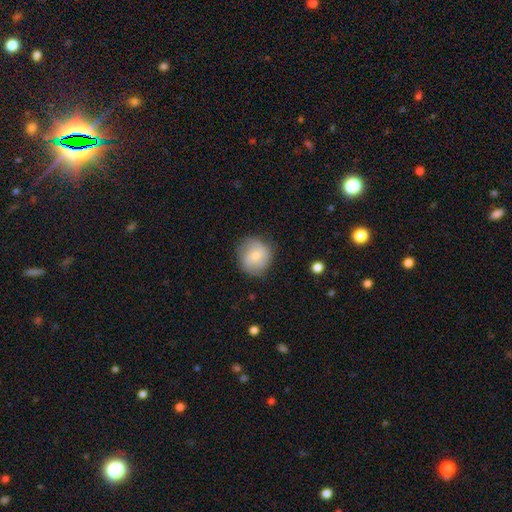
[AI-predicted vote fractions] The model was most divided on "smooth or featured": smooth: 65%, featured or disk: 28%, star or artifact: 7%. More confident: how rounded — round (88%); merging — none (77%).